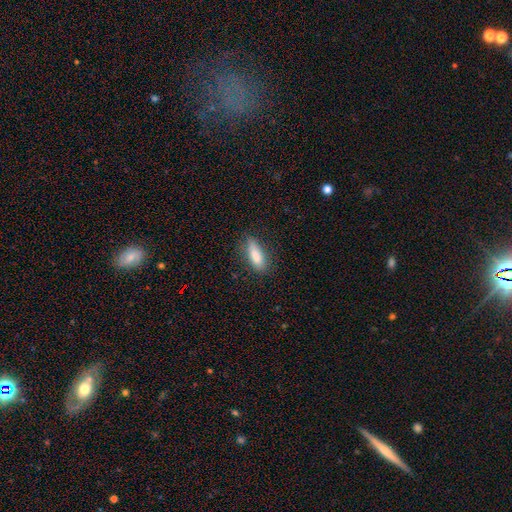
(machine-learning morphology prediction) A smooth galaxy with no disk features (81%) that is in between round and cigar-shaped (49%, tied with cigar-shaped).

Vote fractions:
- Smooth or featured? smooth: 81% / featured or disk: 12% / star or artifact: 7%
- How rounded? in between: 49% (tied) / cigar-shaped: 49% (tied) / round: 2%
- Merging? none: 78% / minor disturbance: 17% / major disturbance: 4% / merger: 1%